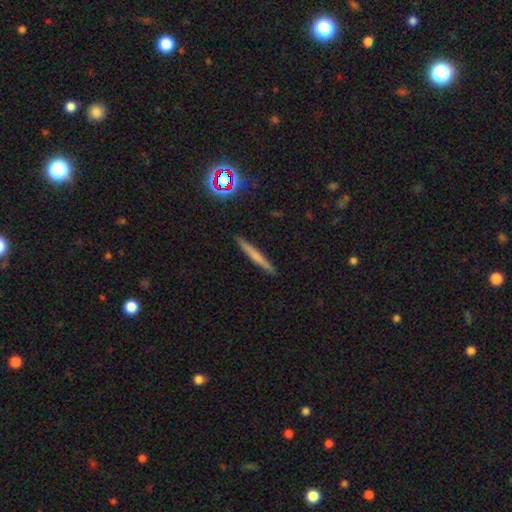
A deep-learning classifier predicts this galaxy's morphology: A smooth galaxy with no disk features (59%) that is cigar-shaped (95%).

Vote fractions:
- Smooth or featured? smooth: 59% / featured or disk: 31% / star or artifact: 10%
- How rounded? cigar-shaped: 95% / in between: 3% / round: 2%
- Merging? none: 91% / minor disturbance: 7% / major disturbance: 1% / merger: 1%